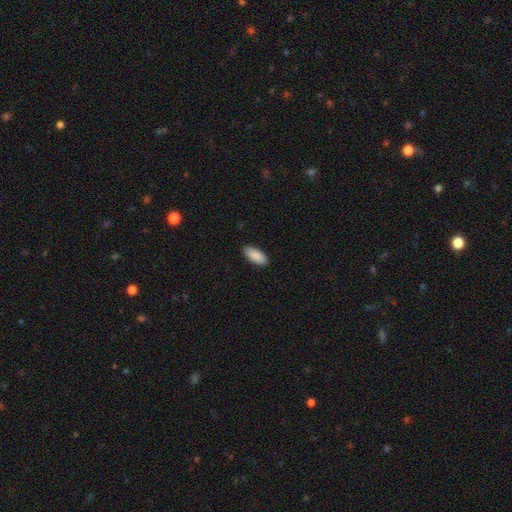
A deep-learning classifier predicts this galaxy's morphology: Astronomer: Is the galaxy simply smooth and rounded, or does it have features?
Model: smooth — 91%.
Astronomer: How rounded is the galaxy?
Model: in between — 89%.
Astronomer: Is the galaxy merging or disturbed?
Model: none — 90%.